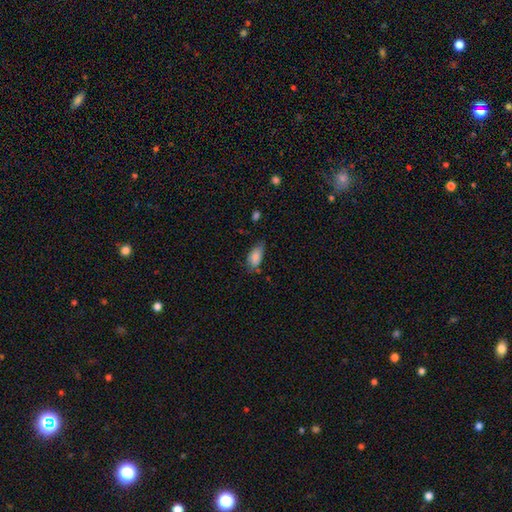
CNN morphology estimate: Q: Smooth or featured?
A: smooth (83%); runner-up: featured or disk (9%)
Q: How rounded?
A: in between (90%); runner-up: cigar-shaped (6%)
Q: Merging?
A: none (53%); runner-up: minor disturbance (35%)